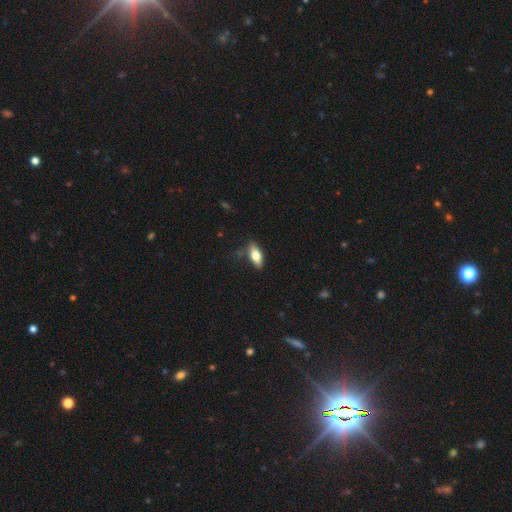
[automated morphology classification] Smooth or featured? Predicted: smooth (p=0.71). How rounded? Predicted: in between (p=0.82). Merging? Predicted: none (p=0.66).